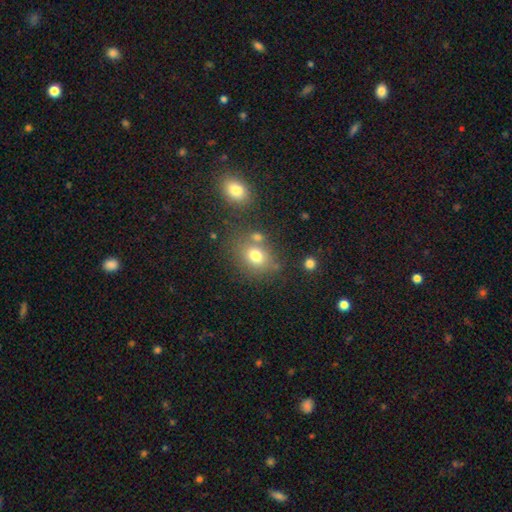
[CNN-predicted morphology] Smooth or featured?
  - smooth: 75% *
  - star or artifact: 13%
  - featured or disk: 12%
How rounded?
  - round: 52% *
  - in between: 47%
  - cigar-shaped: 1%
Merging?
  - none: 62% *
  - merger: 19%
  - minor disturbance: 14%
  - major disturbance: 6%